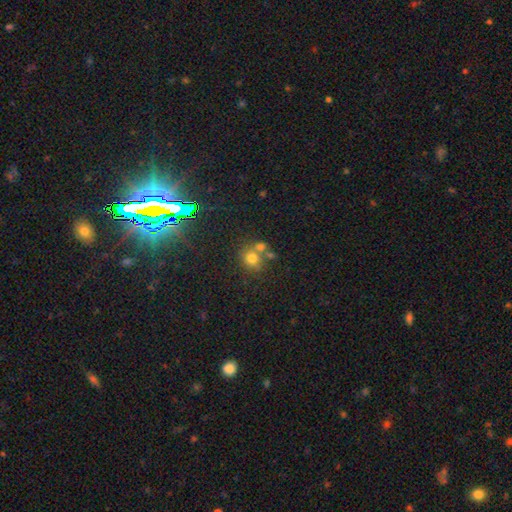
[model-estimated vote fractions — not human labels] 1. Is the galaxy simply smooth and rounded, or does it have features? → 50% smooth, 38% star or artifact, 13% featured or disk.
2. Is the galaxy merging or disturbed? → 57% none, 31% merger, 8% minor disturbance, 4% major disturbance.